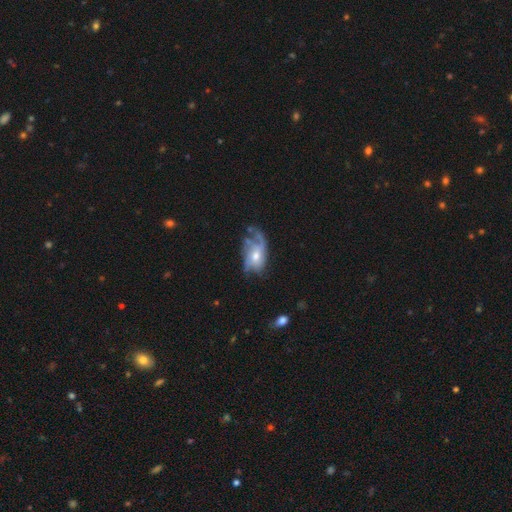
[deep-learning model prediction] The model was most divided on "merging" (2-way tie): none: 35%, major disturbance: 35%, minor disturbance: 26%, merger: 5%. More confident: edge-on disk — no (95%); bar — no (74%); spiral arms — yes (72%); smooth or featured — featured or disk (67%); bulge size — moderate (61%).